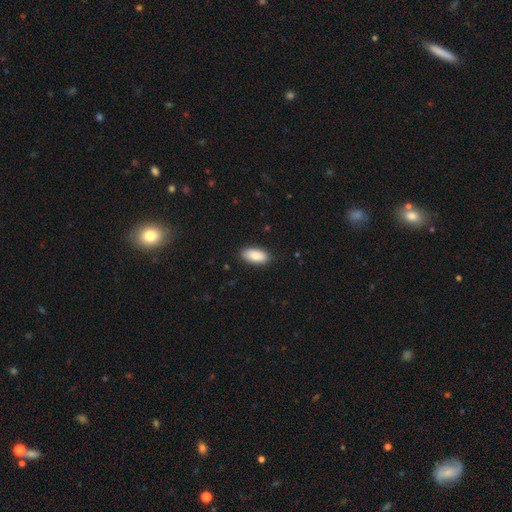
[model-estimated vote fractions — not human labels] A smooth galaxy with no disk features (87%) that is in between round and cigar-shaped (91%). Merging: none (87%).